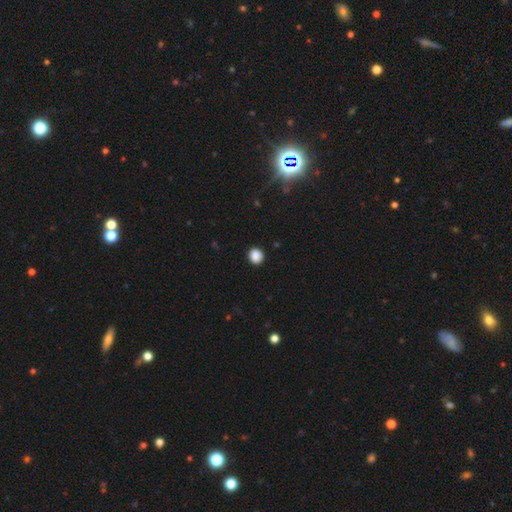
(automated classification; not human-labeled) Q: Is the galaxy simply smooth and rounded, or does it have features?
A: smooth — 88%.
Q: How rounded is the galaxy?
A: round — 88%.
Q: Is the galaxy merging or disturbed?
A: none — 91%.